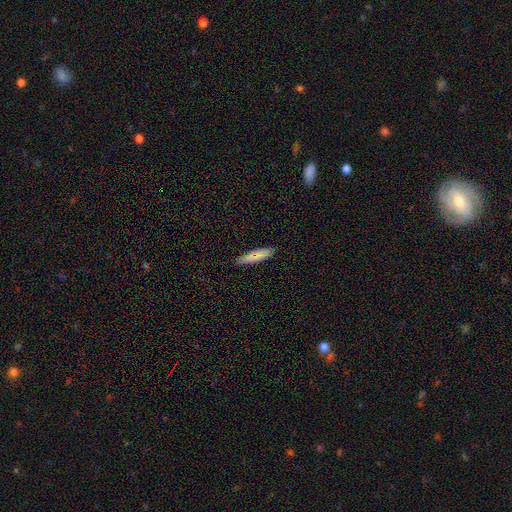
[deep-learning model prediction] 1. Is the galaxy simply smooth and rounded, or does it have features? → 76% smooth, 14% featured or disk, 11% star or artifact.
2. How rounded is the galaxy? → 76% cigar-shaped, 21% in between, 3% round.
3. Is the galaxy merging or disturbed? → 87% none, 10% minor disturbance, 2% major disturbance, 1% merger.